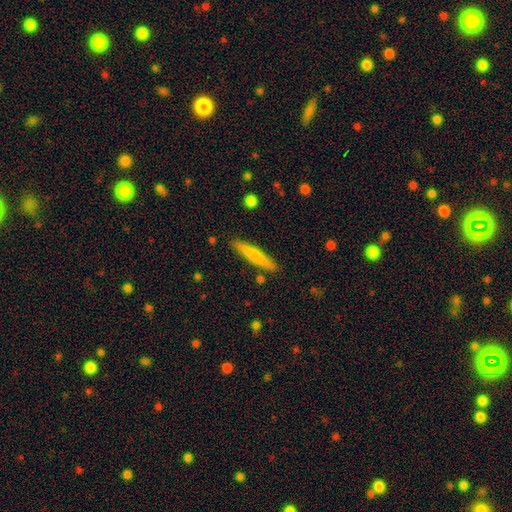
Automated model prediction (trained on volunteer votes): A smooth galaxy with no disk features (68%) that is cigar-shaped (93%).

Vote fractions:
- Smooth or featured? smooth: 68% / featured or disk: 26% / star or artifact: 6%
- How rounded? cigar-shaped: 93% / in between: 6% / round: 1%
- Merging? none: 88% / minor disturbance: 8% / merger: 2% / major disturbance: 2%